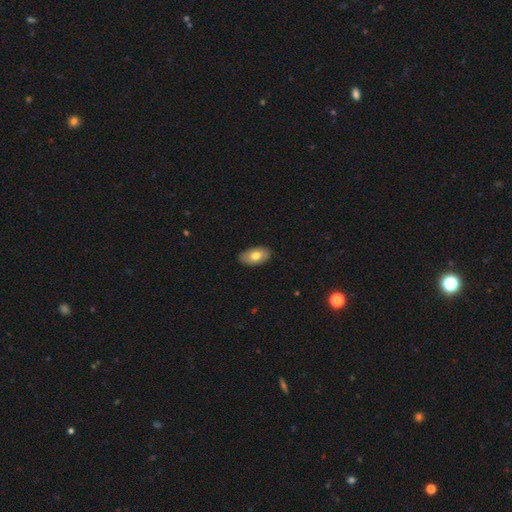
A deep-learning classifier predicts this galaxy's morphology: Q: Smooth or featured?
A: smooth (72%); runner-up: featured or disk (22%)
Q: How rounded?
A: in between (93%); runner-up: round (5%)
Q: Merging?
A: none (86%); runner-up: minor disturbance (11%)